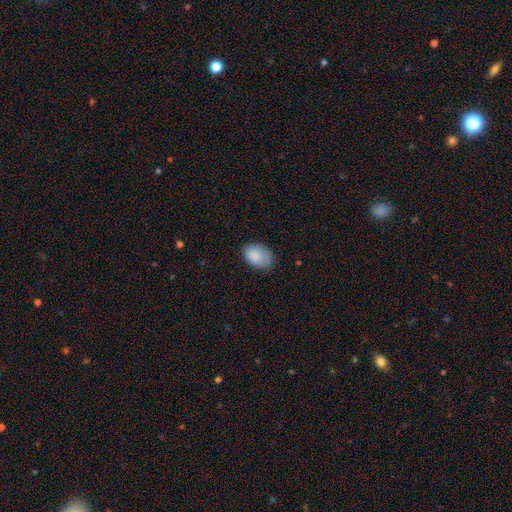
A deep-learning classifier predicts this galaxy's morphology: A smooth galaxy with no disk features (88%) that is in between round and cigar-shaped (86%). Merging: none (72%).